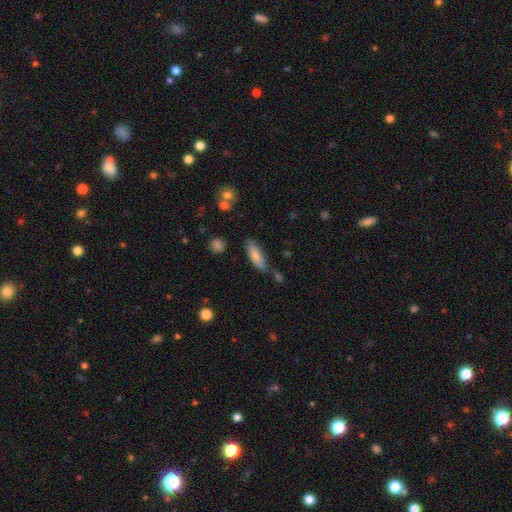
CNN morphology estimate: smooth-or-featured: smooth: 77% | featured or disk: 16% | star or artifact: 7%
  how-rounded: in between: 63% | cigar-shaped: 35% | round: 2%
  merging: none: 60% | minor disturbance: 23% | merger: 11% | major disturbance: 6%